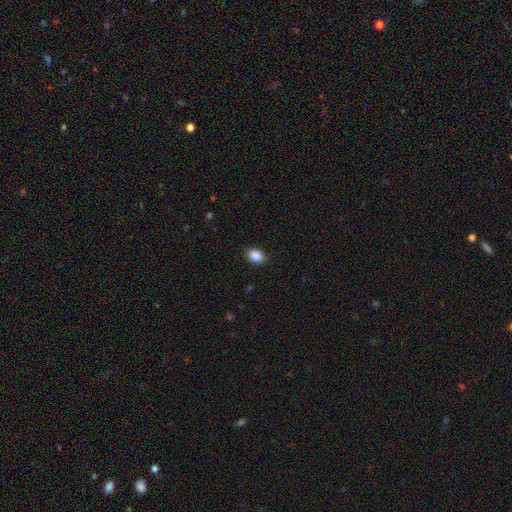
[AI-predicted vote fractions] Smooth or featured? Predicted: smooth (p=0.89). How rounded? Predicted: in between (p=0.71). Merging? Predicted: none (p=0.87).